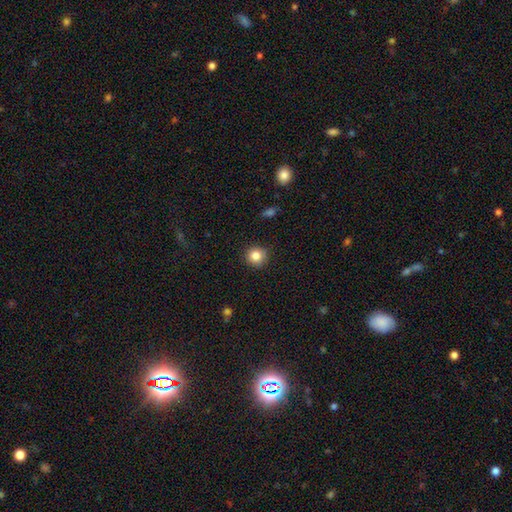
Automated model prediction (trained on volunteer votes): Smooth or featured: smooth — 84% (star or artifact — 11%)
How rounded: round — 93% (in between — 6%)
Merging: none — 90% (minor disturbance — 7%)